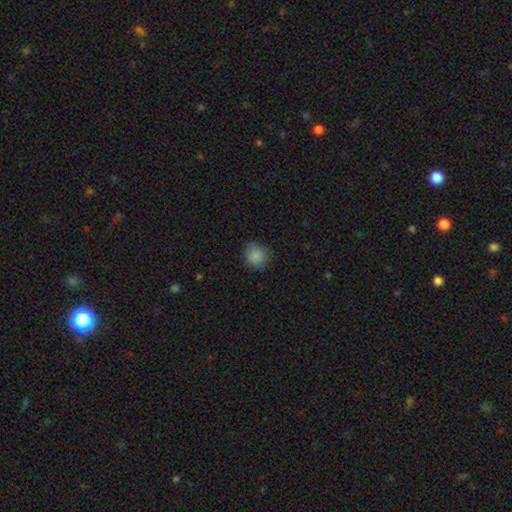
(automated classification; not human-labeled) The model was most divided on "merging": none: 83%, minor disturbance: 13%, major disturbance: 3%, merger: 1%. More confident: how rounded — round (88%); smooth or featured — smooth (86%).